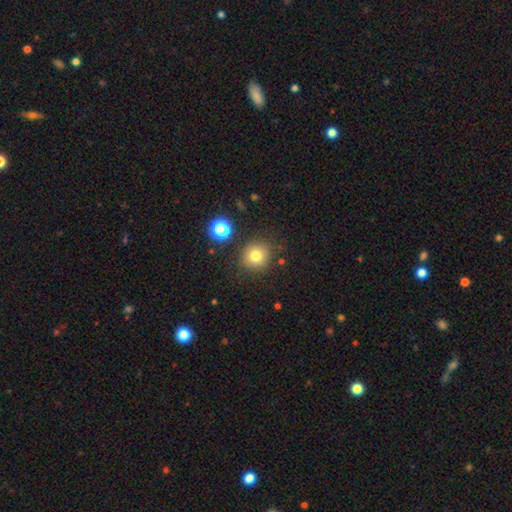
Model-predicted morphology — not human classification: smooth-or-featured: smooth: 78% | star or artifact: 14% | featured or disk: 9%
  how-rounded: round: 91% | in between: 8% | cigar-shaped: 1%
  merging: none: 83% | minor disturbance: 9% | merger: 4% | major disturbance: 3%